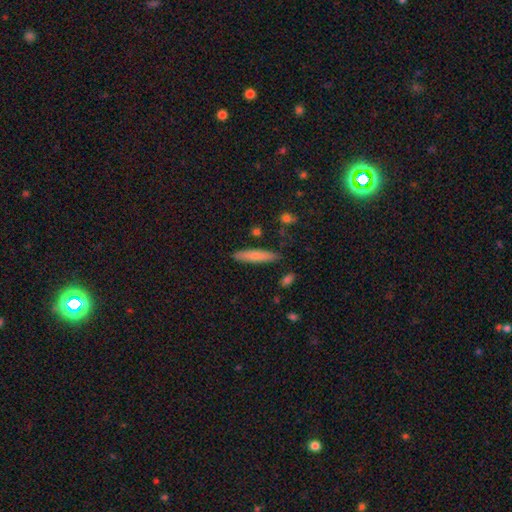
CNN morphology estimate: smooth-or-featured: smooth: 74% | featured or disk: 19% | star or artifact: 6%
  how-rounded: cigar-shaped: 83% | in between: 15% | round: 2%
  merging: none: 85% | minor disturbance: 10% | merger: 2% | major disturbance: 2%